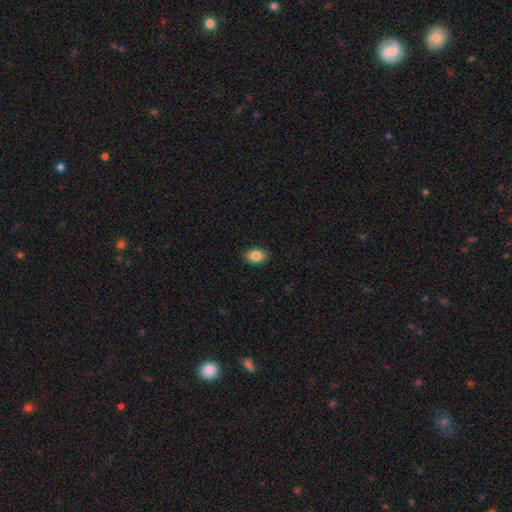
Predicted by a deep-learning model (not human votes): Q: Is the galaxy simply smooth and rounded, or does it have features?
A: smooth — 85%.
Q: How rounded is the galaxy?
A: in between — 85%.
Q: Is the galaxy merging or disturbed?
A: none — 89%.